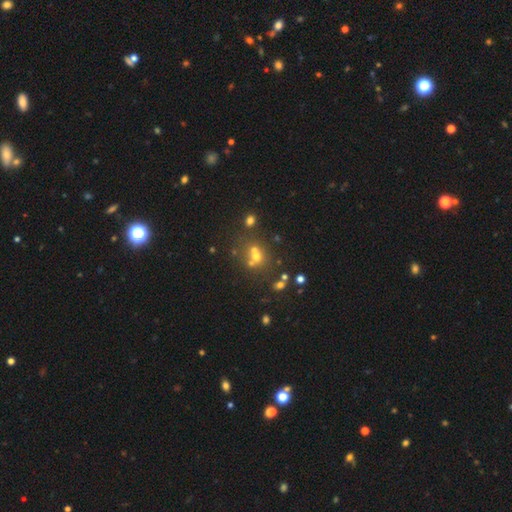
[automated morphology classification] type=smooth (52%); roundness=round (75%); merging=merger (43%, tied with none).